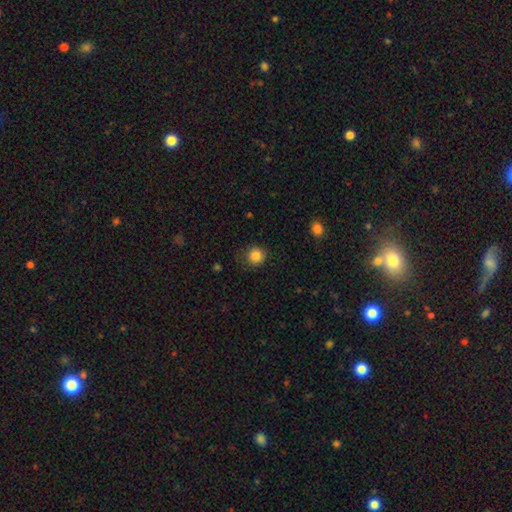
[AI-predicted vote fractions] Morphology: type=smooth (86%); roundness=round (91%); merging=none (84%).